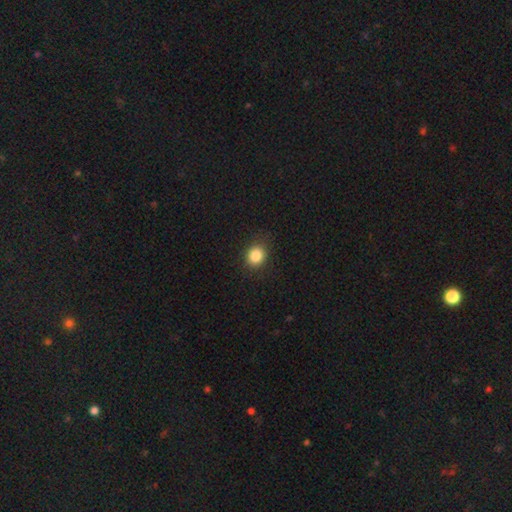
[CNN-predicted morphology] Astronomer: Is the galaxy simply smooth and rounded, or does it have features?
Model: smooth — 85%.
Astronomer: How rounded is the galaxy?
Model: round — 67%.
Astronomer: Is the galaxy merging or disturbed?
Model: none — 84%.